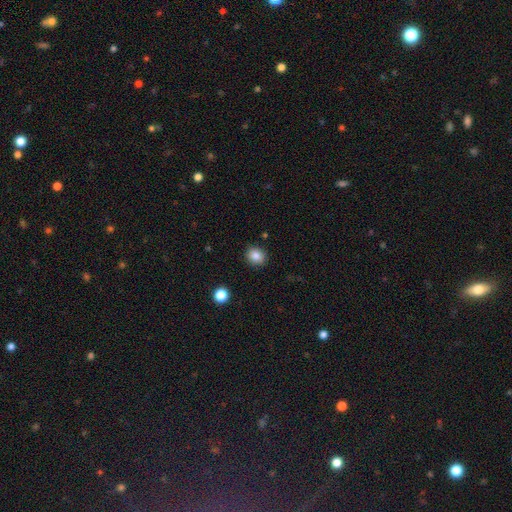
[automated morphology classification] Q: Smooth or featured?
A: smooth (85%); runner-up: star or artifact (10%)
Q: How rounded?
A: round (72%); runner-up: in between (27%)
Q: Merging?
A: none (89%); runner-up: minor disturbance (7%)